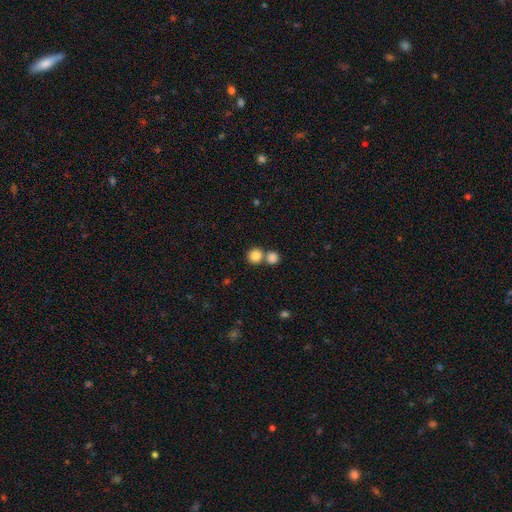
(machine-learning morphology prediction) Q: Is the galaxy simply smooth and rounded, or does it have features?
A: smooth — 85%.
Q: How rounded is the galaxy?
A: round — 89%.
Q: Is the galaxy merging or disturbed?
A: none — 54%.